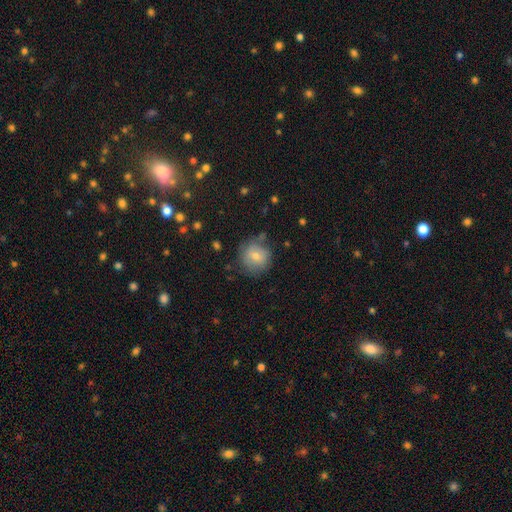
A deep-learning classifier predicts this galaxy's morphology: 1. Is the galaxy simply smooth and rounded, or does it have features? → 72% smooth, 19% featured or disk, 9% star or artifact.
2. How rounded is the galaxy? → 89% round, 10% in between, 1% cigar-shaped.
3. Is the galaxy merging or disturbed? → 73% none, 18% minor disturbance, 6% major disturbance, 3% merger.